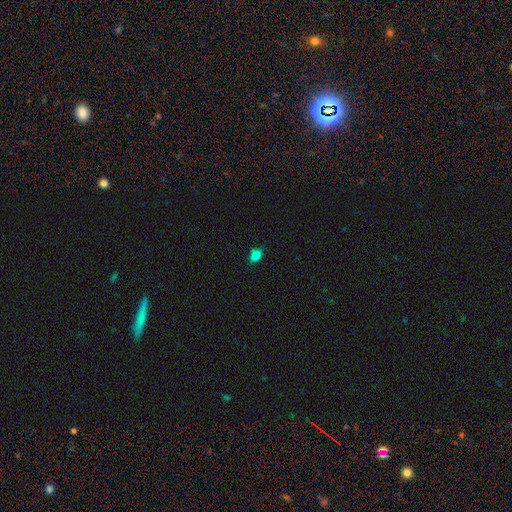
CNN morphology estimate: Smooth or featured?
  - smooth: 81% *
  - star or artifact: 14%
  - featured or disk: 5%
How rounded?
  - in between: 77% *
  - round: 20%
  - cigar-shaped: 2%
Merging?
  - none: 79% *
  - minor disturbance: 16%
  - major disturbance: 3%
  - merger: 2%